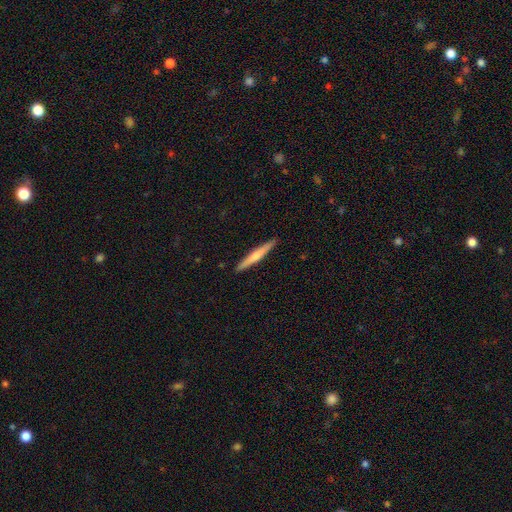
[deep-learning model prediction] smooth-or-featured: smooth: 53% | featured or disk: 42% | star or artifact: 5%
  how-rounded: cigar-shaped: 96% | in between: 3% | round: 1%
  merging: none: 92% | minor disturbance: 6% | major disturbance: 1% | merger: 1%